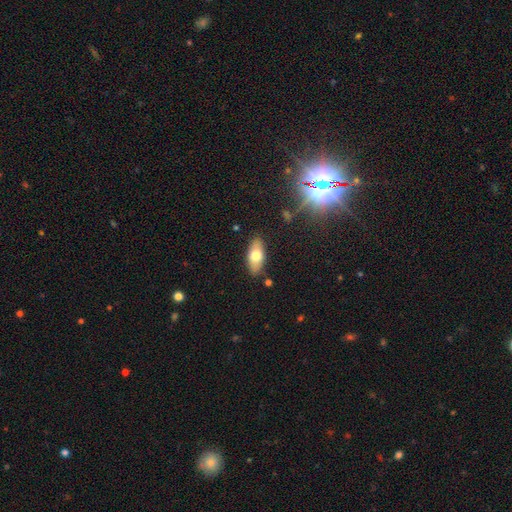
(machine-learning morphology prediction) The model was most divided on "smooth or featured": smooth: 70%, featured or disk: 23%, star or artifact: 7%. More confident: merging — none (86%); how rounded — in between (84%).